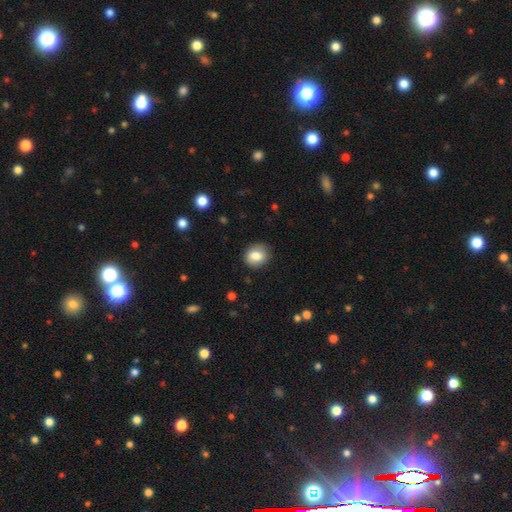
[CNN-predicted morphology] Smooth or featured: smooth — 80% (featured or disk — 11%)
How rounded: round — 66% (in between — 33%)
Merging: none — 84% (minor disturbance — 12%)